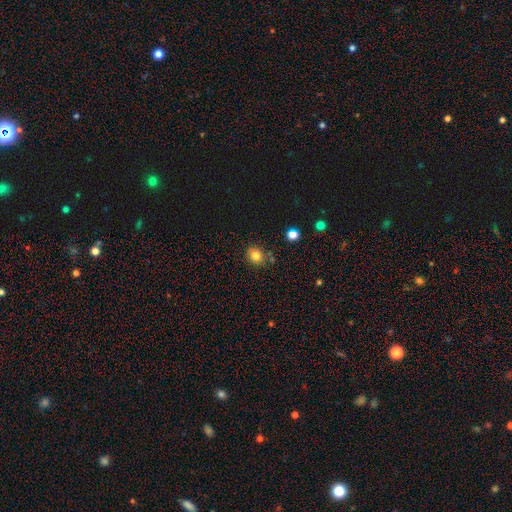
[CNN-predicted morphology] Smooth or featured?
  - smooth: 80% *
  - star or artifact: 13%
  - featured or disk: 7%
How rounded?
  - round: 77% *
  - in between: 22%
  - cigar-shaped: 1%
Merging?
  - none: 79% *
  - minor disturbance: 12%
  - merger: 5%
  - major disturbance: 3%